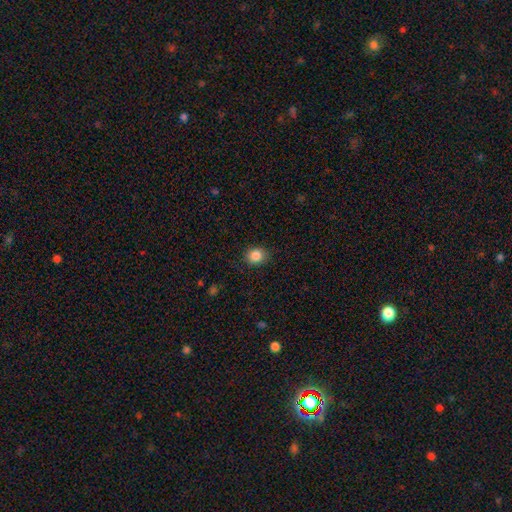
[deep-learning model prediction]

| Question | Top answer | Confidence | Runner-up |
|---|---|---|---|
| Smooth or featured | smooth | 86% | star or artifact (10%) |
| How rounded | round | 71% | in between (28%) |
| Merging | none | 87% | minor disturbance (9%) |